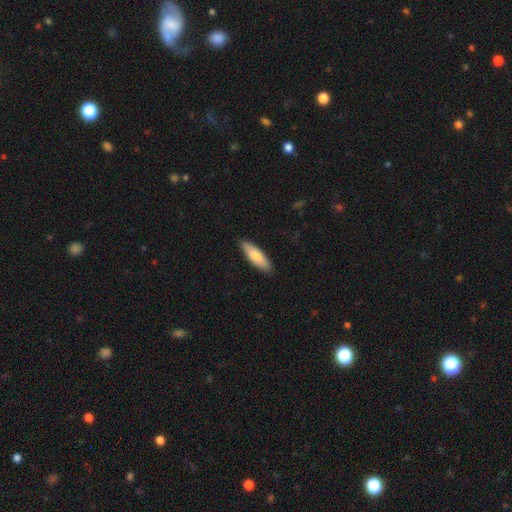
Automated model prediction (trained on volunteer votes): smooth-or-featured: smooth: 79% | featured or disk: 16% | star or artifact: 5%
  how-rounded: in between: 53% | cigar-shaped: 46% | round: 2%
  merging: none: 88% | minor disturbance: 10% | major disturbance: 2% | merger: 1%